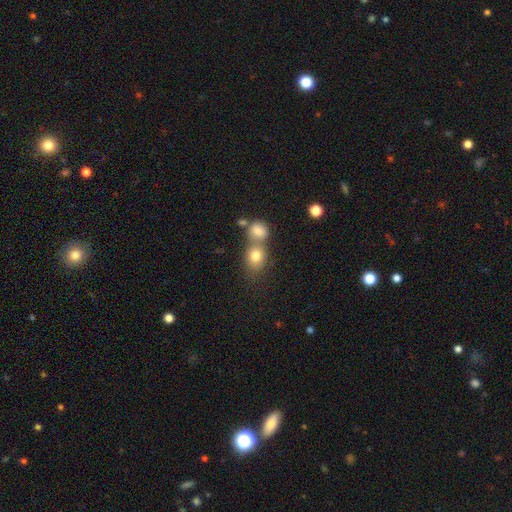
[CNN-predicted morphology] Smooth or featured? Predicted: smooth (p=0.77). How rounded? Predicted: round (p=0.62). Merging? Predicted: merger (p=0.47).